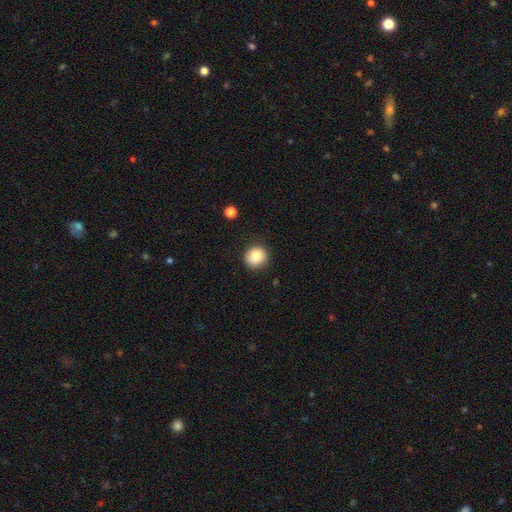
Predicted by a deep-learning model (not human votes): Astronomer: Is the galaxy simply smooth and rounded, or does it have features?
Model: smooth — 83%.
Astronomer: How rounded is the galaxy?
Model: round — 91%.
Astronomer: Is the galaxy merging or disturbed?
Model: none — 88%.